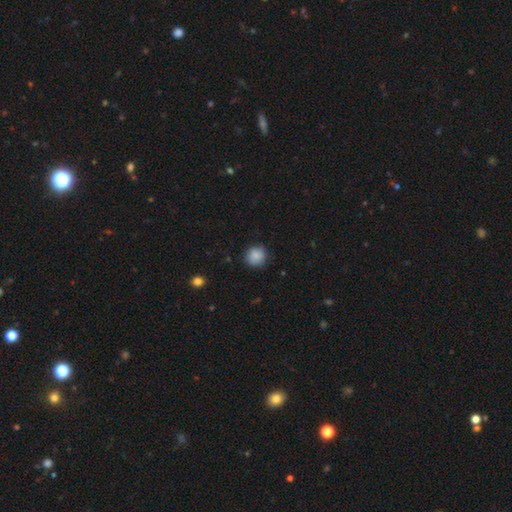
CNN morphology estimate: smooth_or_featured: smooth (p=0.86) [alt: star or artifact p=0.08]
how_rounded: round (p=0.89) [alt: in between p=0.10]
merging: none (p=0.83) [alt: minor disturbance p=0.14]